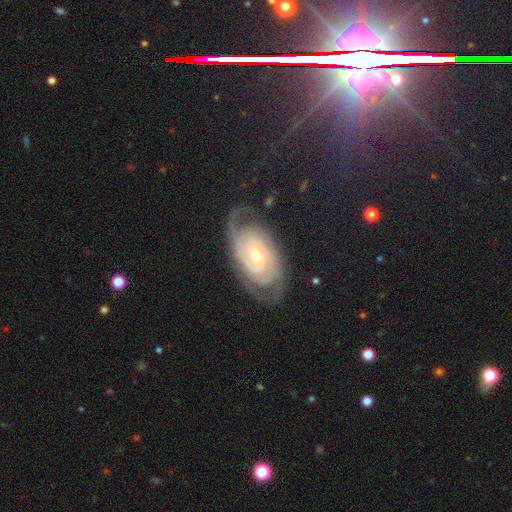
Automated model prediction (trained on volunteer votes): Morphology: type=featured or disk (87%); edge-on=no (96%); bar=no (67%); spiral arms=yes (96%); winding=tight (74%); arm count=2 (62%); bulge=moderate (52%); merging=none (74%).